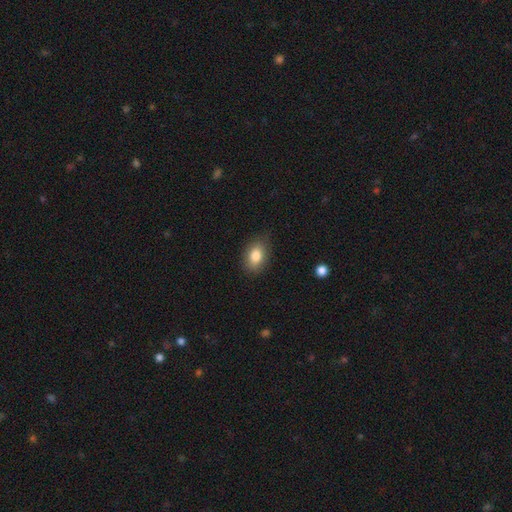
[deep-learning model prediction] Overall: smooth (83%). How rounded: in between (81%). Merging: none (80%).